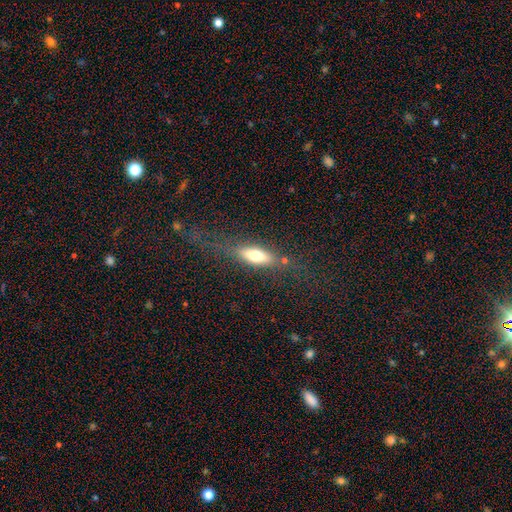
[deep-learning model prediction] smooth 61%, featured or disk 31%, star or artifact 8%. Down the decision tree: how rounded — in between (57%); merging — none (67%).